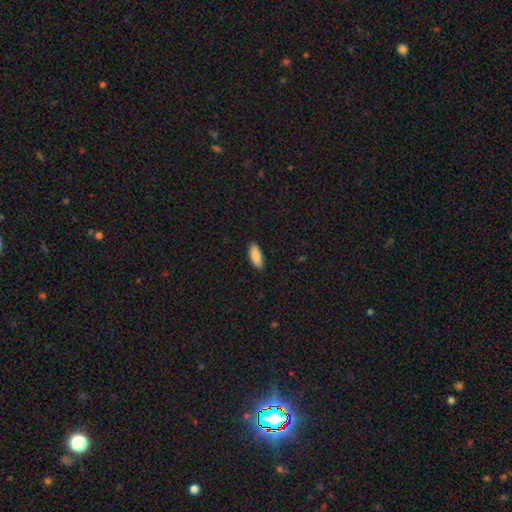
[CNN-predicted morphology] This appears to be a smooth galaxy with no disk features (87%) that is in between round and cigar-shaped (77%). Merging: none (89%).